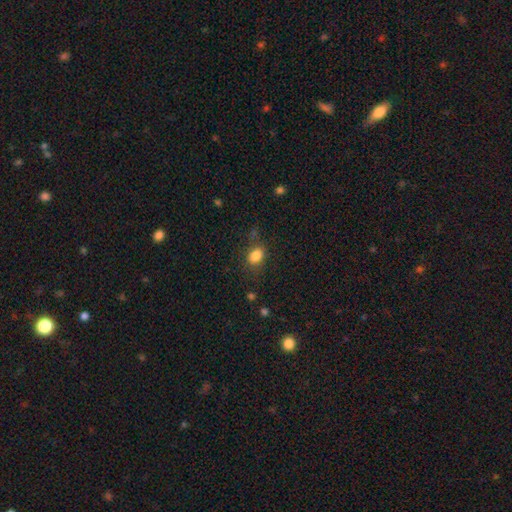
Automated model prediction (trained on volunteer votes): Smooth or featured? Predicted: smooth (p=0.84). How rounded? Predicted: in between (p=0.71). Merging? Predicted: none (p=0.74).